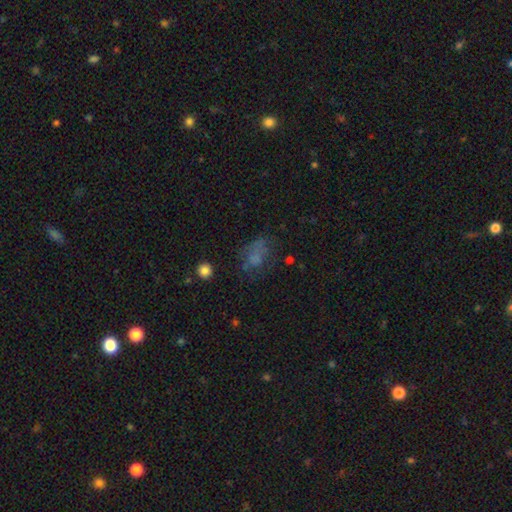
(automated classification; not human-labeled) This appears to be a smooth galaxy with no disk features (51%) that is in between round and cigar-shaped (72%). Merging: none (44%).